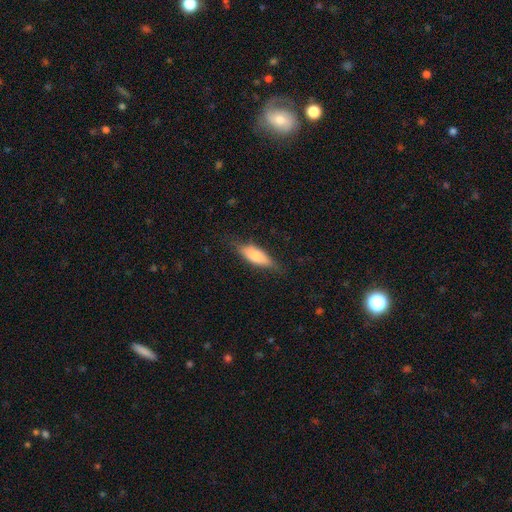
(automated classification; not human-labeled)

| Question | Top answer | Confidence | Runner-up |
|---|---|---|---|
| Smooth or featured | smooth | 69% | featured or disk (25%) |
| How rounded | in between | 66% | cigar-shaped (32%) |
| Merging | none | 72% | minor disturbance (21%) |